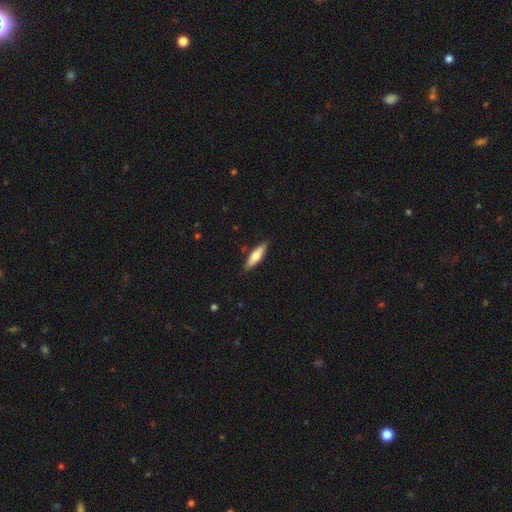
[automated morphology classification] A smooth galaxy with no disk features (64%) that is cigar-shaped (64%).

Vote fractions:
- Smooth or featured? smooth: 64% / featured or disk: 30% / star or artifact: 6%
- How rounded? cigar-shaped: 64% / in between: 34% / round: 2%
- Merging? none: 86% / minor disturbance: 11% / major disturbance: 2% / merger: 1%